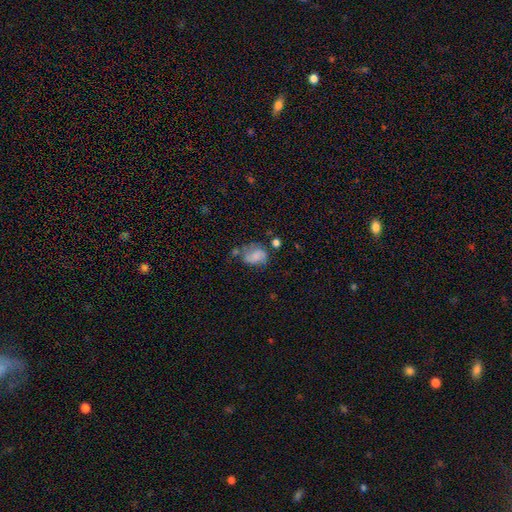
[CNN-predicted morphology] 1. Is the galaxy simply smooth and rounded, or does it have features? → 52% smooth, 37% featured or disk, 10% star or artifact.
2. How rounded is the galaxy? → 52% in between, 47% round, 1% cigar-shaped.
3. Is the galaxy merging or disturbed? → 47% none, 27% minor disturbance, 15% major disturbance, 11% merger.